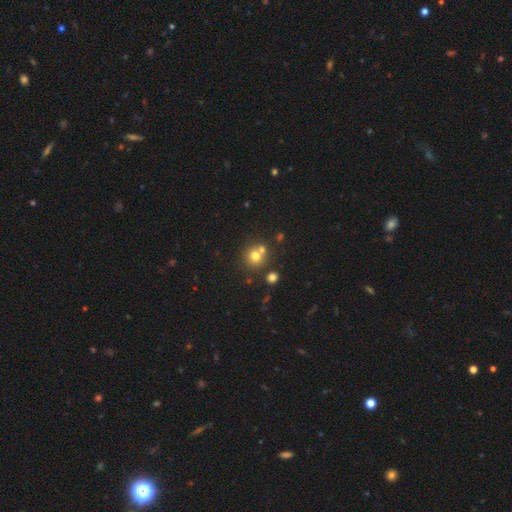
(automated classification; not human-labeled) The model was most divided on "merging": none: 55%, merger: 34%, minor disturbance: 8%, major disturbance: 3%. More confident: how rounded — round (87%); smooth or featured — smooth (72%).